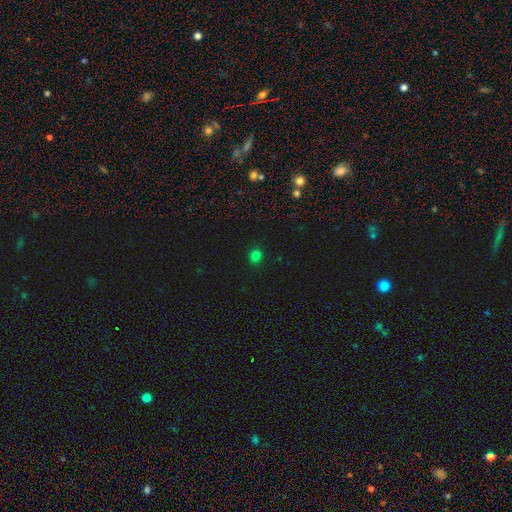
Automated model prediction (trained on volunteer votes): Smooth or featured? smooth (79%)
How rounded? round (82%)
Merging? none (90%)